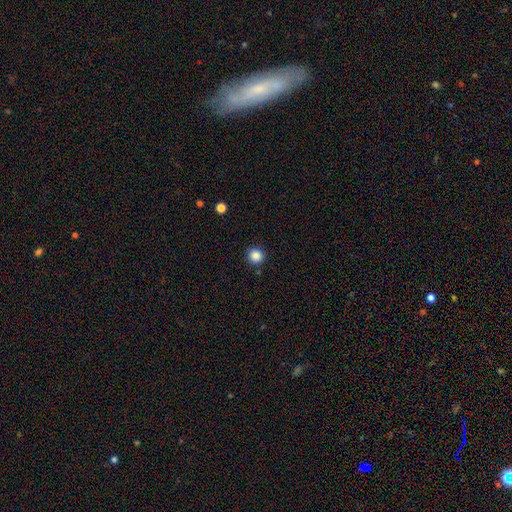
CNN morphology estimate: Q: Smooth or featured?
A: smooth (86%); runner-up: star or artifact (10%)
Q: How rounded?
A: round (94%); runner-up: in between (5%)
Q: Merging?
A: none (89%); runner-up: minor disturbance (6%)